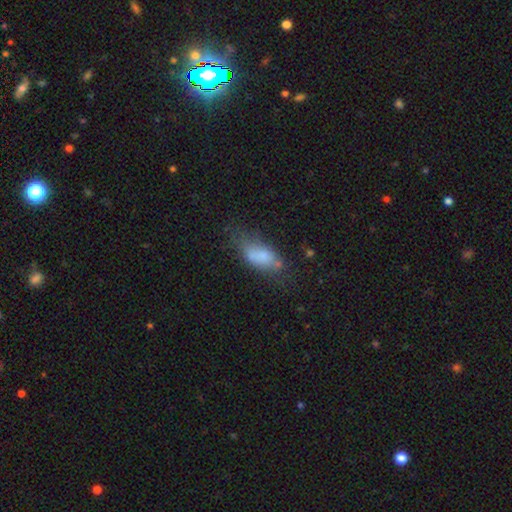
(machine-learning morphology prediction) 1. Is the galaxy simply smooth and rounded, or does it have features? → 64% smooth, 24% featured or disk, 12% star or artifact.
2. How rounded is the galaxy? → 74% in between, 21% cigar-shaped, 4% round.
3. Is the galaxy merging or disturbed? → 48% none, 28% minor disturbance, 18% major disturbance, 5% merger.